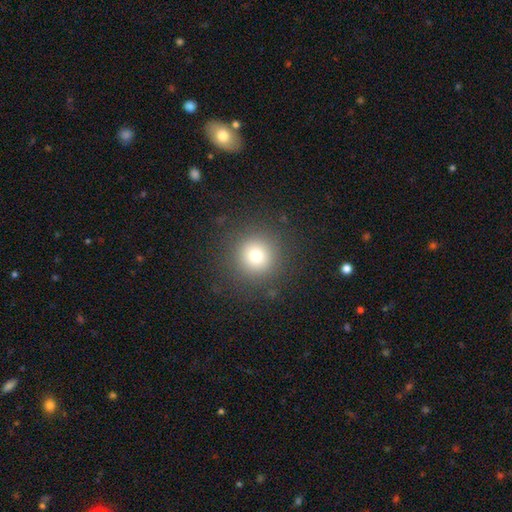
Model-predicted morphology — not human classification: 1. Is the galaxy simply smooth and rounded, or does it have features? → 77% smooth, 14% star or artifact, 8% featured or disk.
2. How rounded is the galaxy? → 95% round, 4% in between, 1% cigar-shaped.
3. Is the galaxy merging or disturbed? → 89% none, 6% minor disturbance, 3% major disturbance, 1% merger.